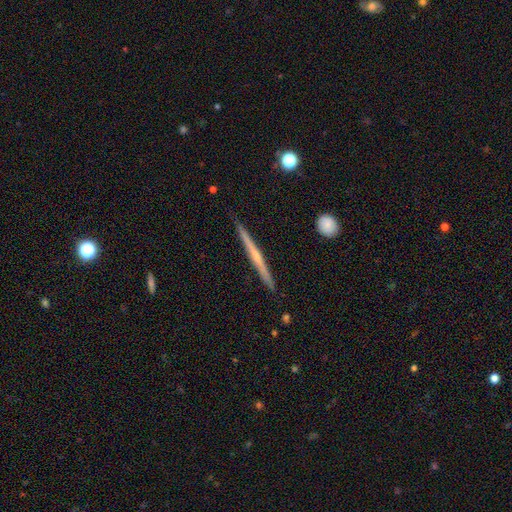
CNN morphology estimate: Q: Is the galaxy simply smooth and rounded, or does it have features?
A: featured or disk — 70%.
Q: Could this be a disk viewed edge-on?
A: yes — 98%.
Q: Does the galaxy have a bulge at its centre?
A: rounded — 53%.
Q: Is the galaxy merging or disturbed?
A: none — 91%.